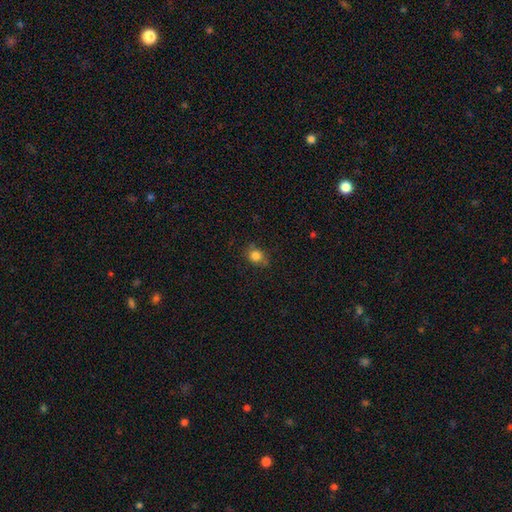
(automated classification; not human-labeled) smooth-or-featured: smooth: 81% | star or artifact: 12% | featured or disk: 7%
  how-rounded: round: 69% | in between: 30% | cigar-shaped: 1%
  merging: none: 74% | minor disturbance: 19% | major disturbance: 4% | merger: 3%